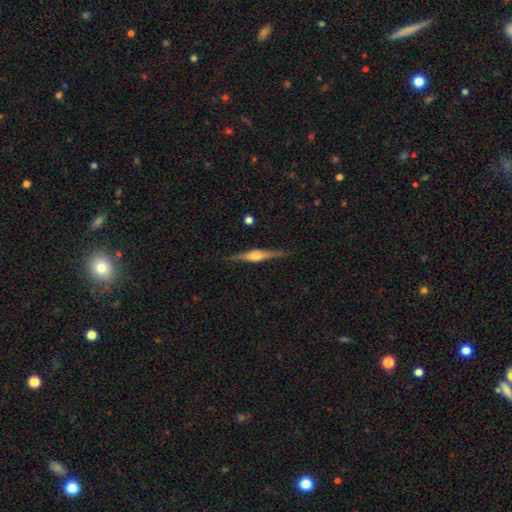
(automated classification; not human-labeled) Smooth or featured: featured or disk — 75% (smooth — 19%)
Edge-on disk: yes — 98% (no — 2%)
Edge-on bulge: rounded — 84% (boxy — 13%)
Merging: none — 88% (minor disturbance — 9%)